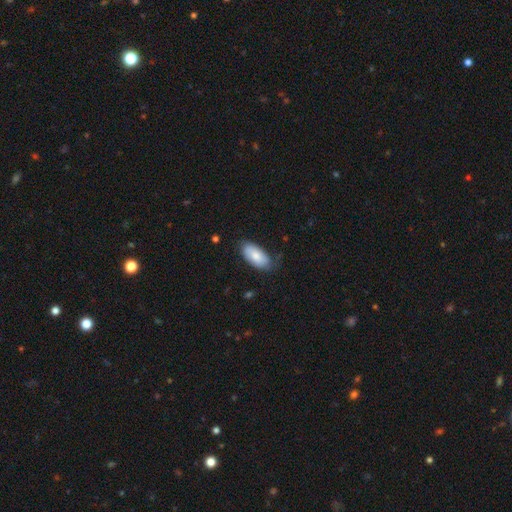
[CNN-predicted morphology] Overall: smooth (80%). How rounded: in between (93%). Merging: none (64%; minor disturbance 28%).